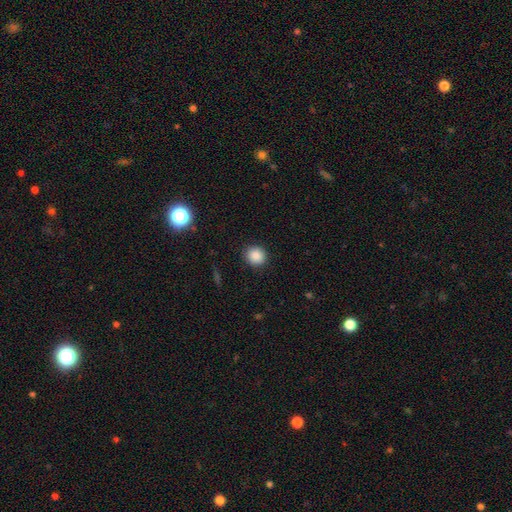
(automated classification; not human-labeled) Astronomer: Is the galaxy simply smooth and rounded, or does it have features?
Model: smooth — 88%.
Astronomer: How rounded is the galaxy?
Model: round — 88%.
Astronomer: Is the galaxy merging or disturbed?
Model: none — 91%.